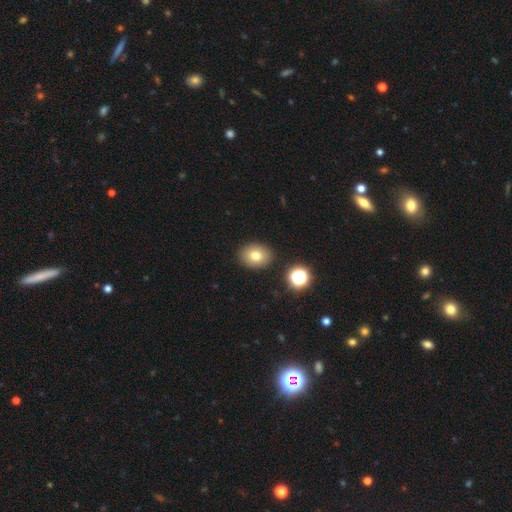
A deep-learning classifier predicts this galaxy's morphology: Q: Smooth or featured?
A: smooth (77%); runner-up: star or artifact (12%)
Q: How rounded?
A: in between (52%); runner-up: round (47%)
Q: Merging?
A: none (88%); runner-up: minor disturbance (8%)